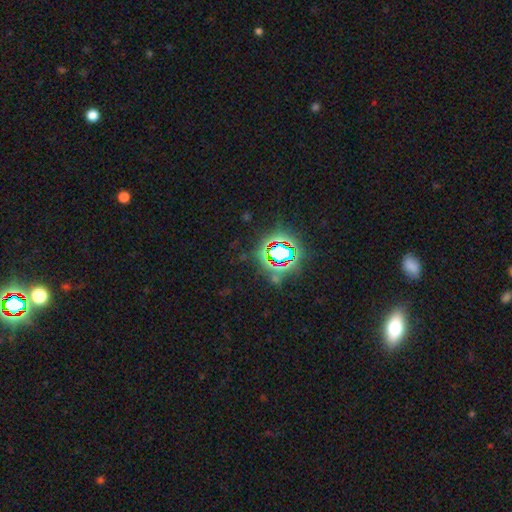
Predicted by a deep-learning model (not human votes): star or artifact 79%, smooth 12%, featured or disk 9%.